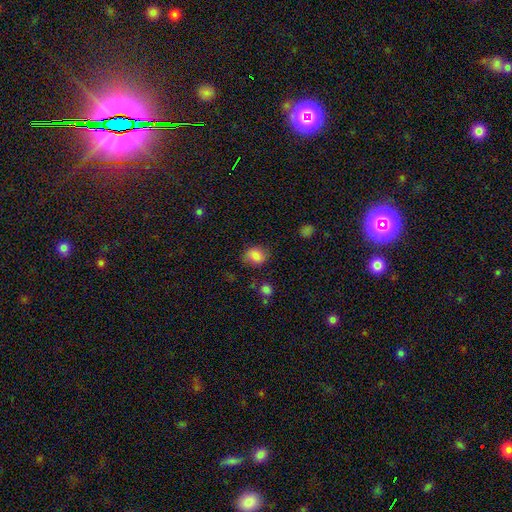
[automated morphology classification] Overall: smooth (82%). How rounded: round (57%; in between 42%). Merging: none (71%).